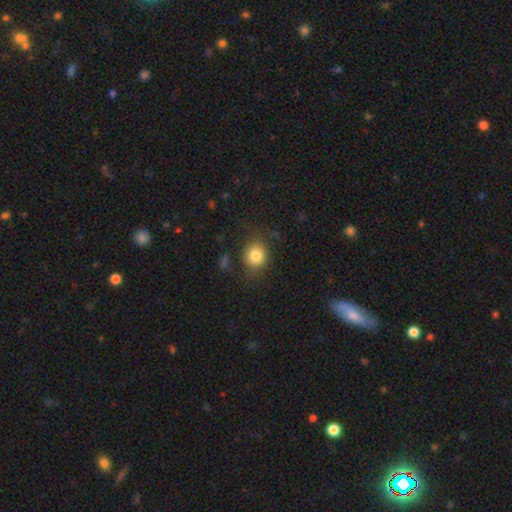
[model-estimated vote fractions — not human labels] Smooth or featured? Predicted: smooth (p=0.82). How rounded? Predicted: round (p=0.75). Merging? Predicted: none (p=0.76).